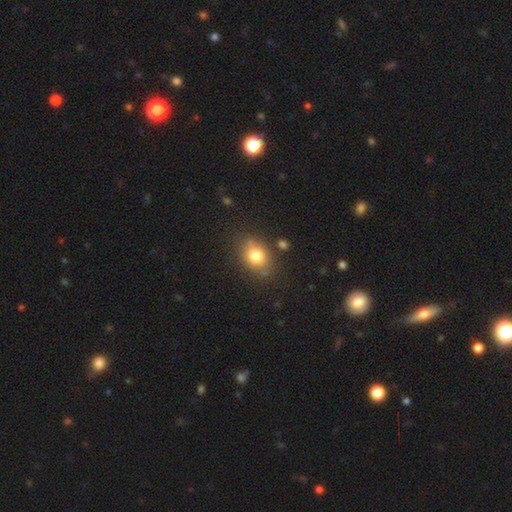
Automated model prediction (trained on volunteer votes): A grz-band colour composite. It shows a smooth galaxy with no disk features (78%) that is in between round and cigar-shaped (60%). Merging: none (76%).